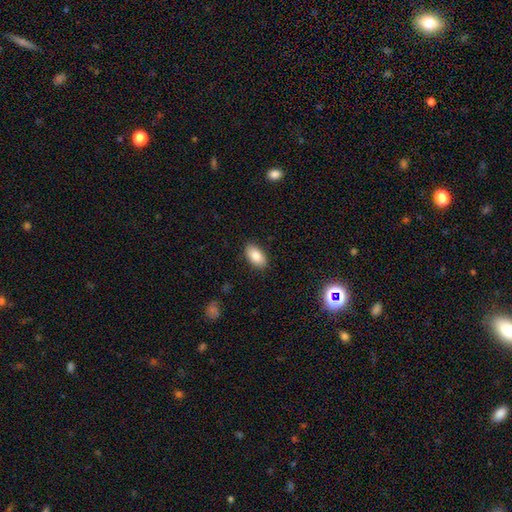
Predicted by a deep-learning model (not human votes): smooth_or_featured: smooth (p=0.85) [alt: star or artifact p=0.08]
how_rounded: in between (p=0.93) [alt: round p=0.04]
merging: none (p=0.88) [alt: minor disturbance p=0.09]